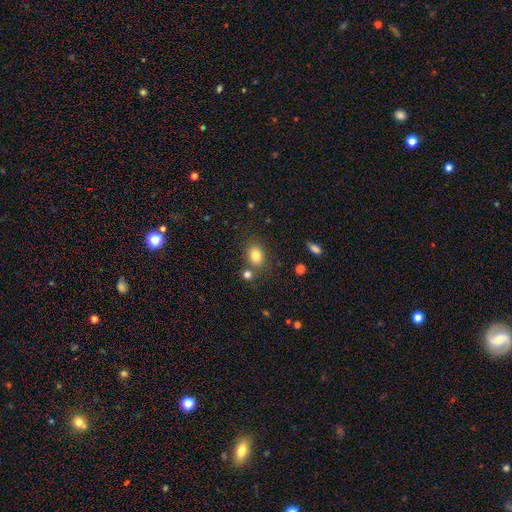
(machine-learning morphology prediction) smooth-or-featured: smooth: 81% | star or artifact: 11% | featured or disk: 8%
  how-rounded: in between: 58% | round: 40% | cigar-shaped: 1%
  merging: none: 74% | minor disturbance: 12% | merger: 11% | major disturbance: 4%